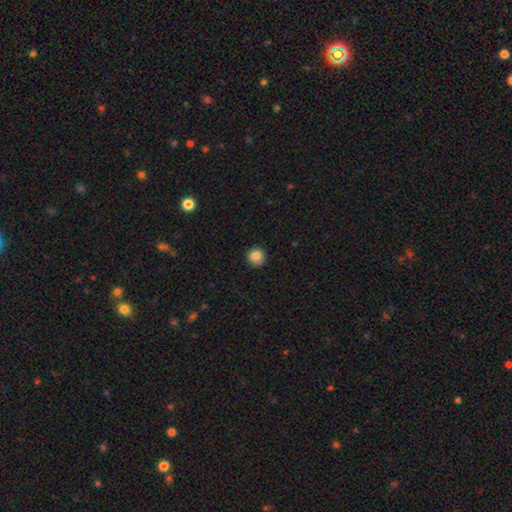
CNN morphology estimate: Smooth or featured?
  - smooth: 84% *
  - star or artifact: 10%
  - featured or disk: 6%
How rounded?
  - round: 91% *
  - in between: 8%
  - cigar-shaped: 1%
Merging?
  - none: 88% *
  - minor disturbance: 9%
  - major disturbance: 2%
  - merger: 1%